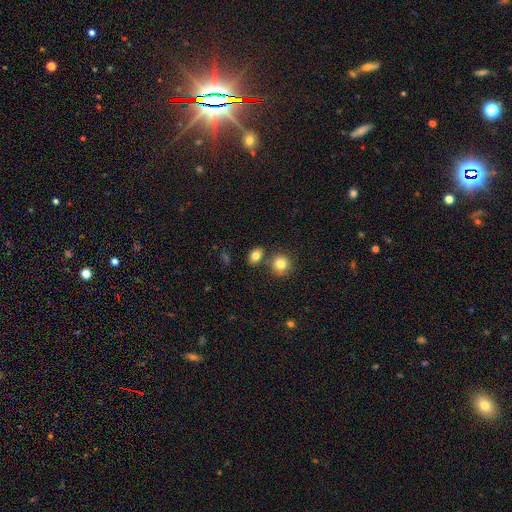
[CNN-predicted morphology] smooth 81%, star or artifact 10%, featured or disk 9%. Down the decision tree: how rounded — in between (70%); merging — none (72%).